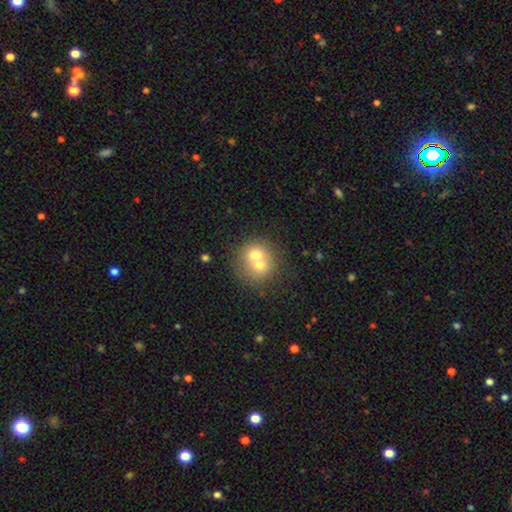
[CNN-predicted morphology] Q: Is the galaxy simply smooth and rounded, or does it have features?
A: smooth — 65%.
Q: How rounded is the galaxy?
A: round — 84%.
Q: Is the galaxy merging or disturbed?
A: merger — 62%.